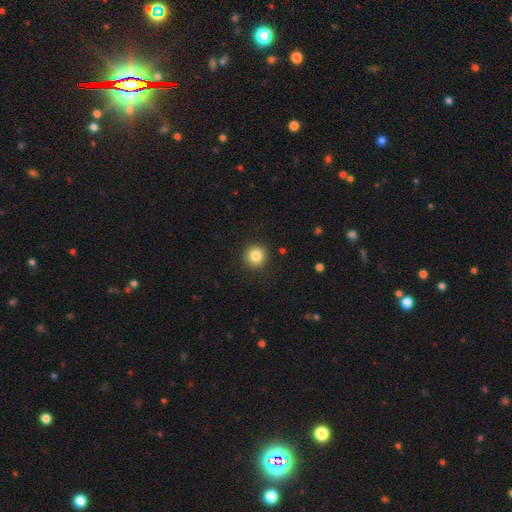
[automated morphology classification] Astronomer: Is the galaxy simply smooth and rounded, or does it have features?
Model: smooth — 84%.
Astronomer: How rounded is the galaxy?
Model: round — 94%.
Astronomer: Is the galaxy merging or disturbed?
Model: none — 92%.